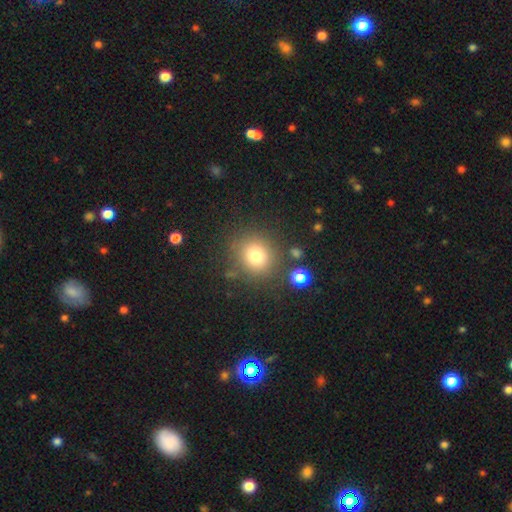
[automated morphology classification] Smooth or featured? smooth (77%)
How rounded? round (87%)
Merging? none (82%)